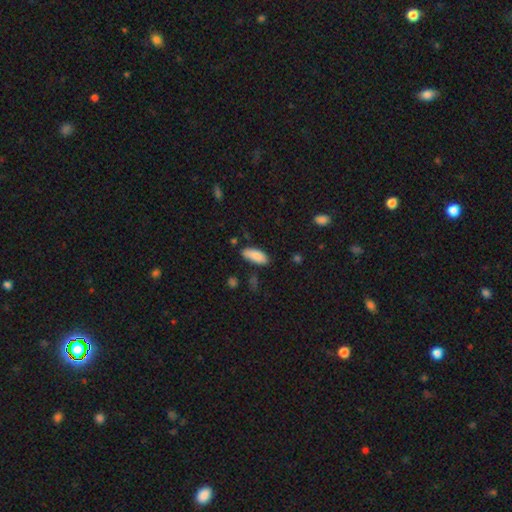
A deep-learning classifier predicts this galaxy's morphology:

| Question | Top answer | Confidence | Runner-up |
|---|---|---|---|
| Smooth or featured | smooth | 87% | star or artifact (7%) |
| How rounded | in between | 83% | cigar-shaped (15%) |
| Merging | none | 74% | minor disturbance (19%) |